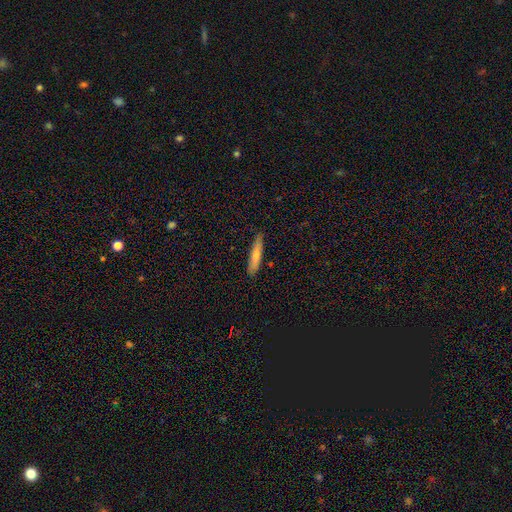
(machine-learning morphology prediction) A smooth galaxy with no disk features (69%) that is cigar-shaped (89%). Merging: none (86%).